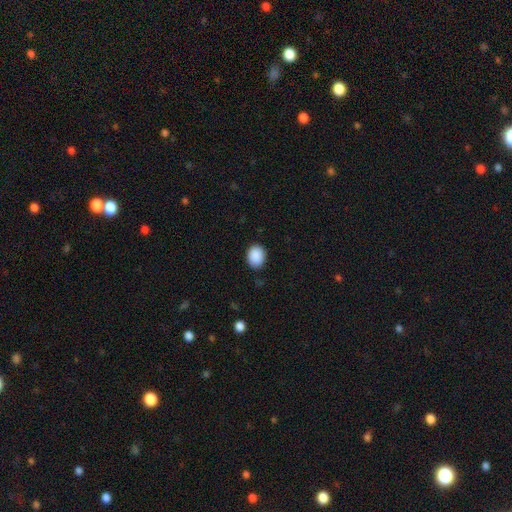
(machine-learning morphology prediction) smooth 90%, star or artifact 8%, featured or disk 3%. Down the decision tree: how rounded — in between (50%); merging — none (87%).